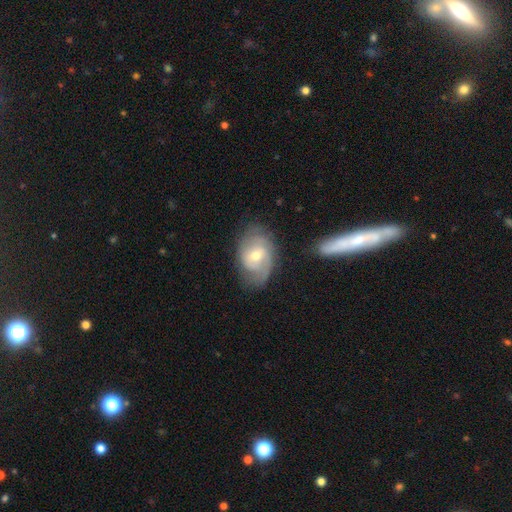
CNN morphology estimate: smooth_or_featured: featured or disk (p=0.71) [alt: smooth p=0.23]
disk_edge_on: no (p=0.95) [alt: yes p=0.05]
bar: no (p=0.47) [alt: weak p=0.44]
has_spiral_arms: yes (p=0.87) [alt: no p=0.13]
spiral_winding: tight (p=0.45) [alt: medium p=0.39]
spiral_arm_count: 2 (p=0.47) [alt: can't tell p=0.29]
bulge_size: moderate (p=0.56) [alt: small p=0.40]
merging: none (p=0.65) [alt: minor disturbance p=0.23]